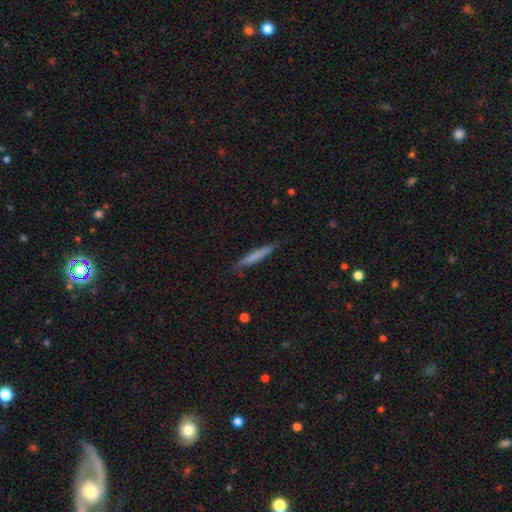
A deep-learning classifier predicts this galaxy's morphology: smooth-or-featured: smooth: 71% | featured or disk: 23% | star or artifact: 6%
  how-rounded: cigar-shaped: 94% | in between: 4% | round: 1%
  merging: none: 82% | minor disturbance: 15% | major disturbance: 2% | merger: 1%